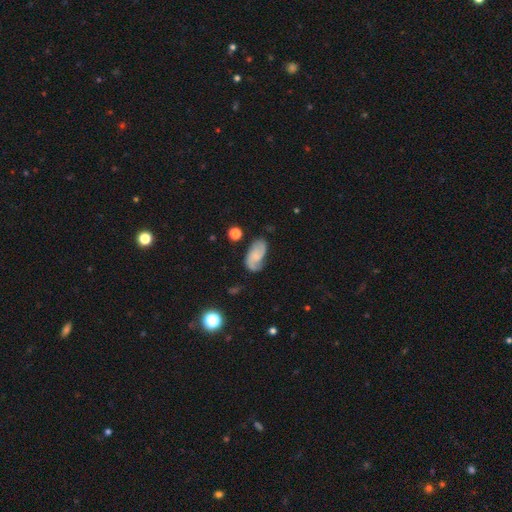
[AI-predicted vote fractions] The model was most divided on "spiral winding": medium: 42%, loose: 31%, tight: 27%. More confident: edge-on disk — no (96%); spiral arms — yes (91%); spiral arm count — 2 (77%); bar — no (67%); merging — none (63%); smooth or featured — featured or disk (60%); bulge size — small (51%).